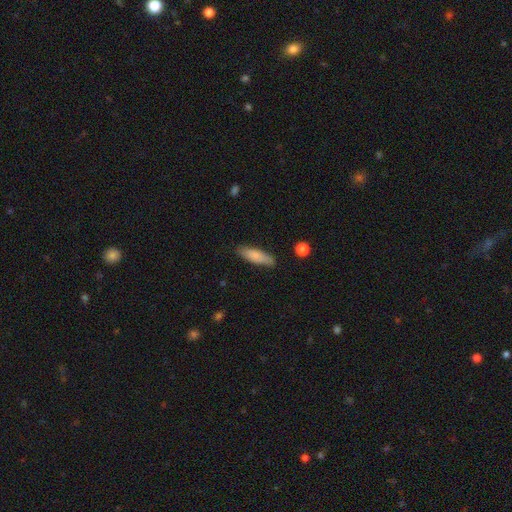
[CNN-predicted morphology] Smooth or featured: smooth — 82% (featured or disk — 12%)
How rounded: cigar-shaped — 55% (in between — 44%)
Merging: none — 83% (minor disturbance — 13%)